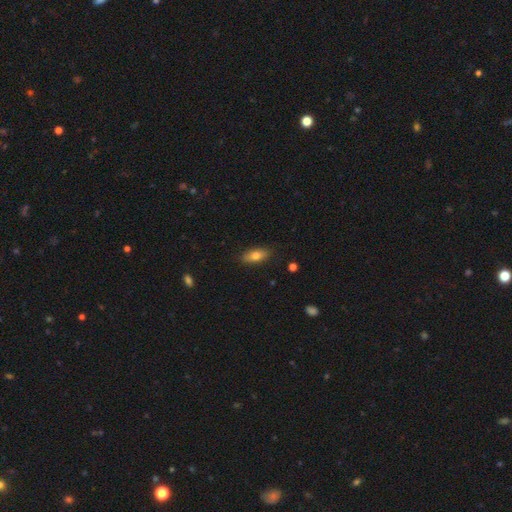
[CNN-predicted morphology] Overall: smooth (76%). How rounded: in between (79%). Merging: none (86%).